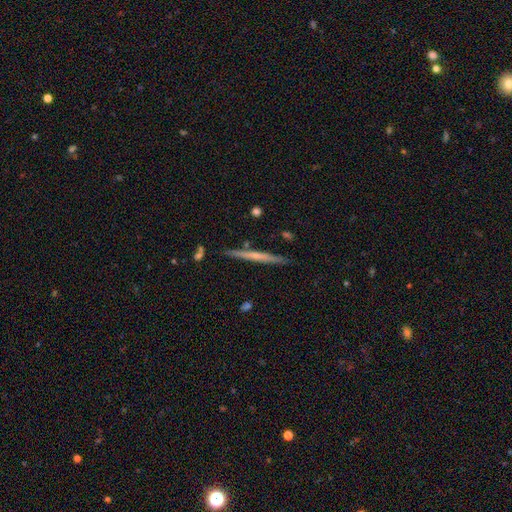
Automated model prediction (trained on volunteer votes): A featured or disk galaxy (56%) viewed edge-on (97%) with no central bulge (73%).

Vote fractions:
- Smooth or featured? featured or disk: 56% / smooth: 39% / star or artifact: 6%
- Edge-on disk? yes: 97% / no: 3%
- Edge-on bulge? none: 73% / rounded: 22% / boxy: 5%
- Merging? none: 87% / minor disturbance: 9% / merger: 2% / major disturbance: 2%